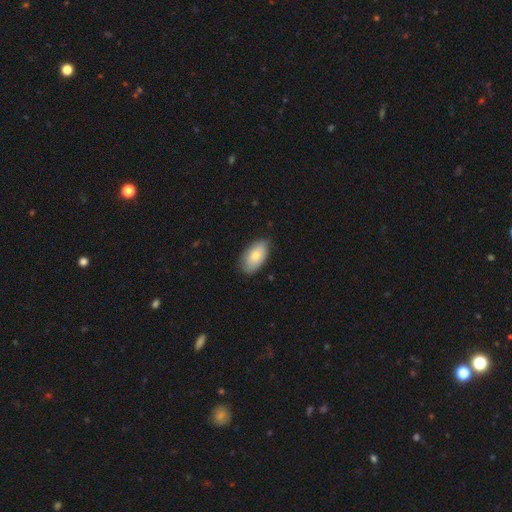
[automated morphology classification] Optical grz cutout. It shows a smooth galaxy with no disk features (74%) that is in between round and cigar-shaped (94%). Merging: none (80%).